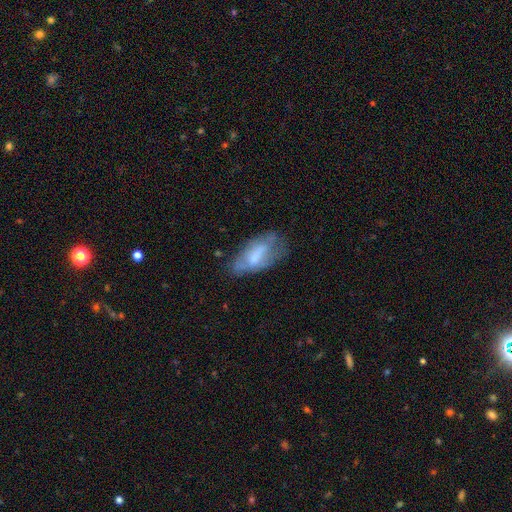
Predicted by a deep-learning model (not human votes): Smooth or featured? Predicted: smooth (p=0.52). How rounded? Predicted: in between (p=0.86). Merging? Predicted: none (p=0.47).